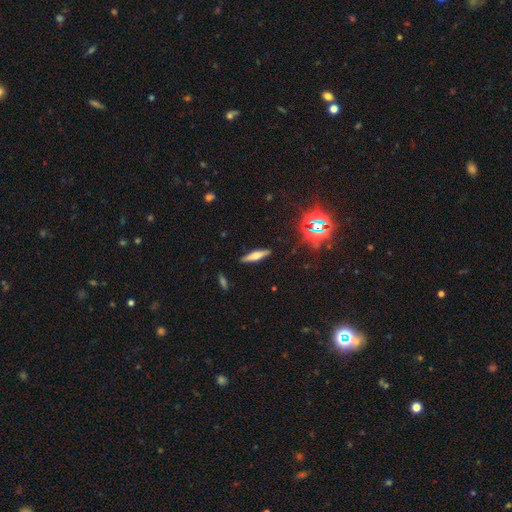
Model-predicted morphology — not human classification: A featured or disk galaxy (46%). Merging: none (89%).